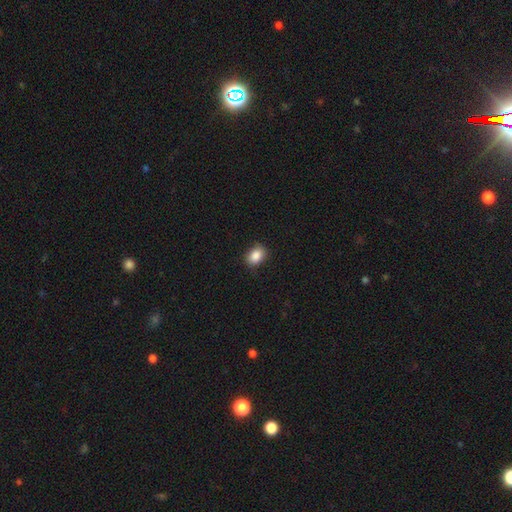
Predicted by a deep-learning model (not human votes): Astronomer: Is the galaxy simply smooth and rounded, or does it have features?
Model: smooth — 87%.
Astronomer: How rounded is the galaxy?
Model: in between — 65%.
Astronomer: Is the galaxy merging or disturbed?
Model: none — 80%.